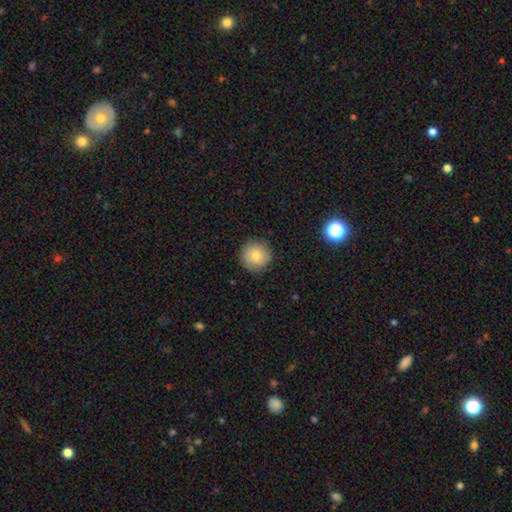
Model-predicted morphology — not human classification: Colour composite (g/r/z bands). It shows a smooth galaxy with no disk features (74%) that is round (95%). Merging: none (89%).